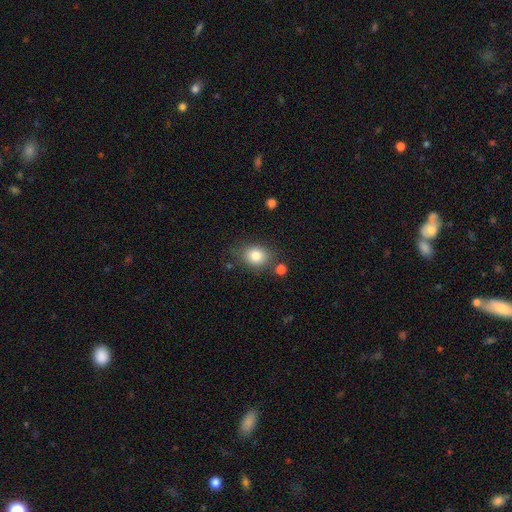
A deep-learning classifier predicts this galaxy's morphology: Overall: smooth (81%). How rounded: round (55%; in between 44%). Merging: none (75%).